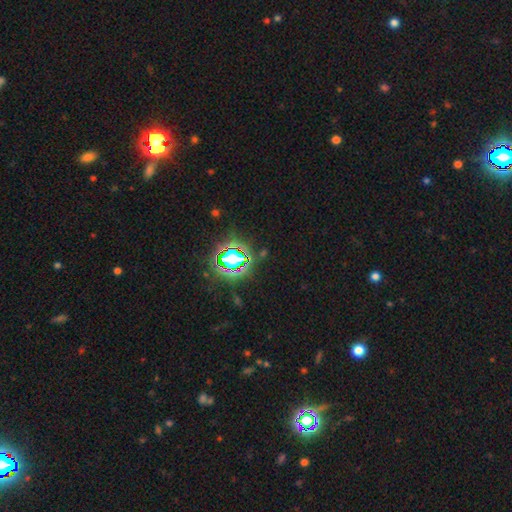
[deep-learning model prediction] A star or artifact, not a galaxy (79%).

Vote fractions:
- Smooth or featured? star or artifact: 79% / smooth: 13% / featured or disk: 8%